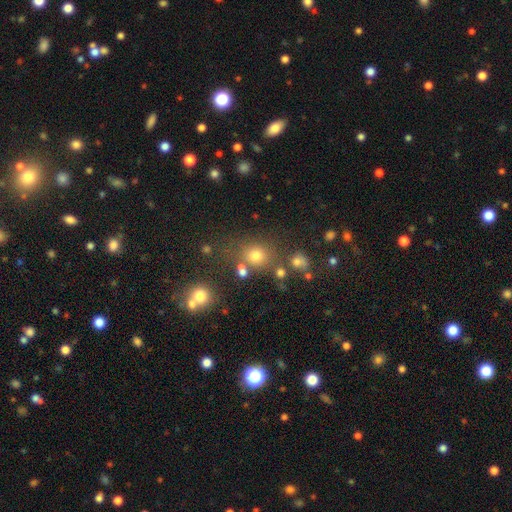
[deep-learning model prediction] smooth 70%, star or artifact 21%, featured or disk 9%. Down the decision tree: how rounded — round (80%); merging — none (71%).